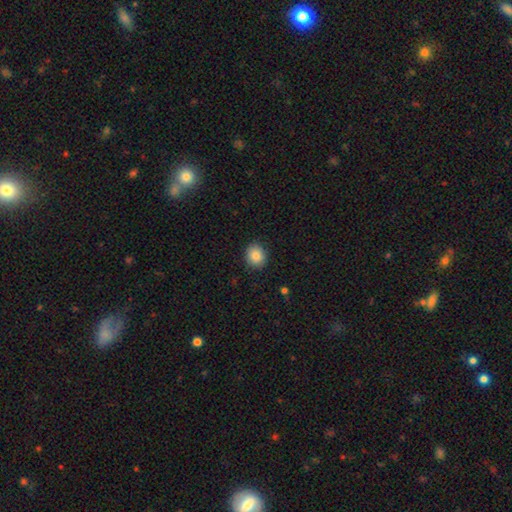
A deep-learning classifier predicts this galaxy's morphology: smooth 84%, star or artifact 9%, featured or disk 7%. Down the decision tree: how rounded — round (77%); merging — none (89%).